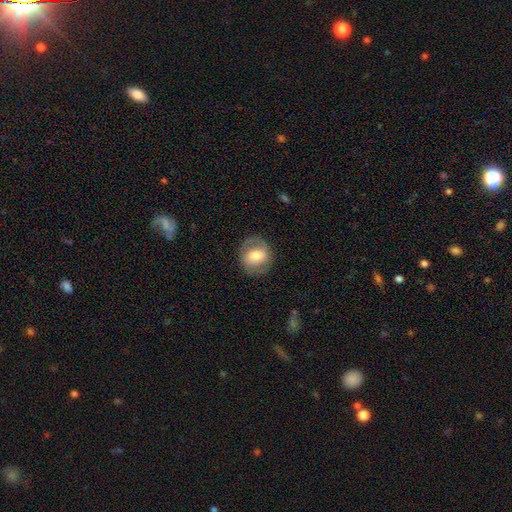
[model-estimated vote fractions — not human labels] This appears to be a featured or disk galaxy (49%). Merging: none (78%).